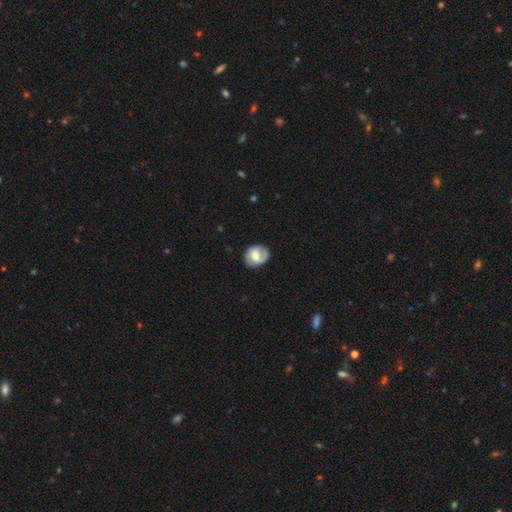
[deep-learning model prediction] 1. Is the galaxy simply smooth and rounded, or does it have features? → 48% featured or disk, 44% smooth, 7% star or artifact.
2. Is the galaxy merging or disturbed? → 74% none, 19% minor disturbance, 6% major disturbance, 1% merger.